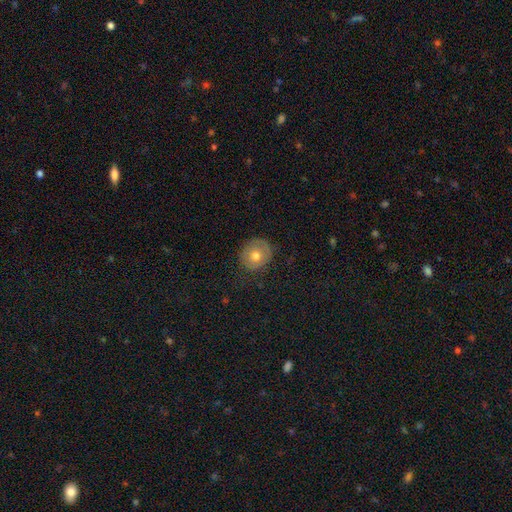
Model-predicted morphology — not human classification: Smooth or featured: smooth — 68% (featured or disk — 23%)
How rounded: round — 87% (in between — 12%)
Merging: none — 81% (minor disturbance — 14%)